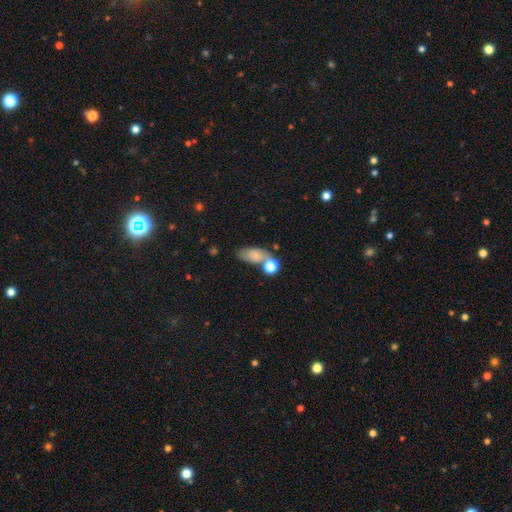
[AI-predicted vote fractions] smooth 72%, featured or disk 18%, star or artifact 10%. Down the decision tree: how rounded — in between (83%); merging — none (46%).